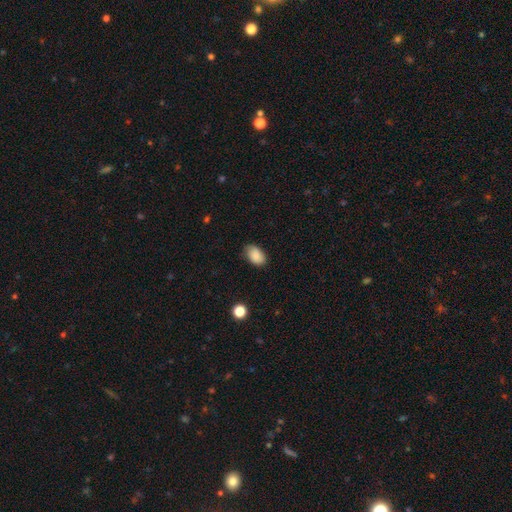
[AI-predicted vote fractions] A smooth galaxy with no disk features (88%) that is in between round and cigar-shaped (89%). Merging: none (78%).